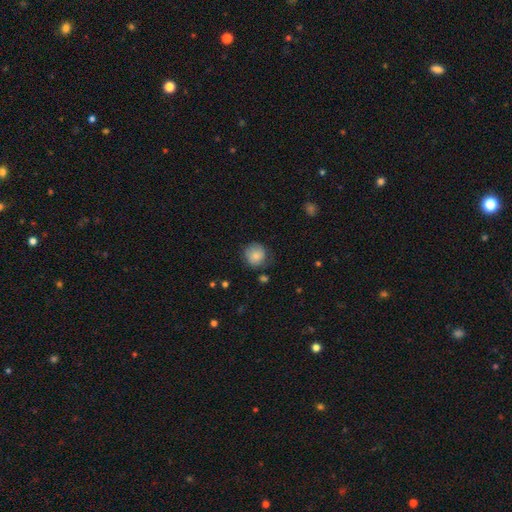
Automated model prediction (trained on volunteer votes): Smooth or featured?
  - smooth: 80% *
  - featured or disk: 12%
  - star or artifact: 8%
How rounded?
  - round: 89% *
  - in between: 10%
  - cigar-shaped: 1%
Merging?
  - none: 67% *
  - minor disturbance: 24%
  - major disturbance: 7%
  - merger: 2%